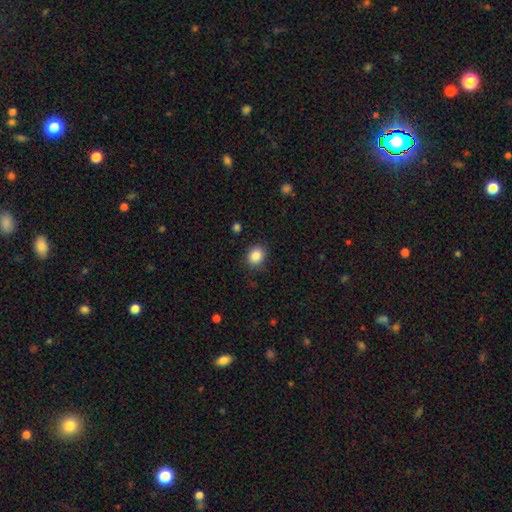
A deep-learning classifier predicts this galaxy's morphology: smooth-or-featured: smooth: 86% | star or artifact: 10% | featured or disk: 4%
  how-rounded: round: 63% | in between: 36% | cigar-shaped: 1%
  merging: none: 87% | minor disturbance: 9% | major disturbance: 3% | merger: 1%